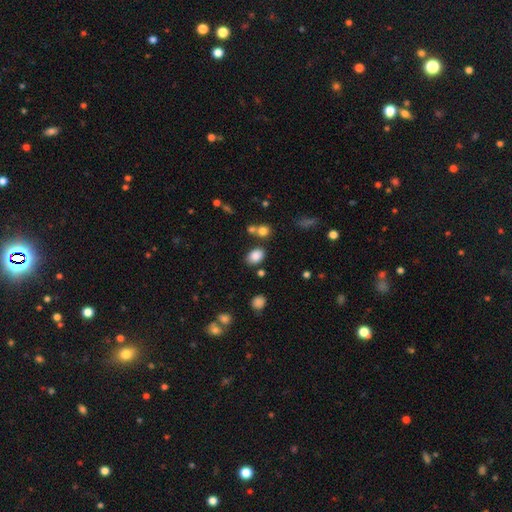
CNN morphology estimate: Smooth or featured: smooth — 84% (star or artifact — 10%)
How rounded: in between — 80% (round — 19%)
Merging: none — 73% (minor disturbance — 13%)